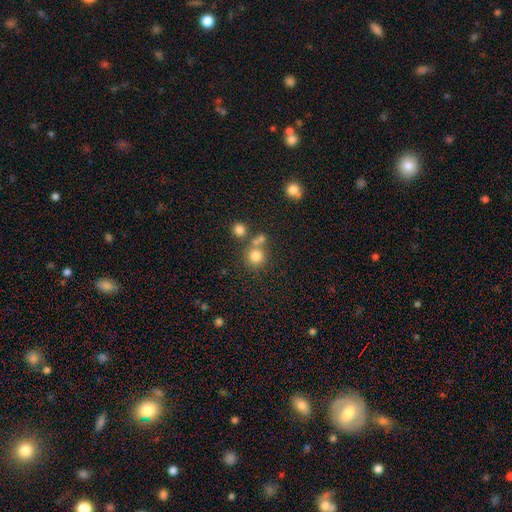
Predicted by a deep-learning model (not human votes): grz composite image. It shows a smooth galaxy with no disk features (77%) that is round (90%). Merging: none (62%).